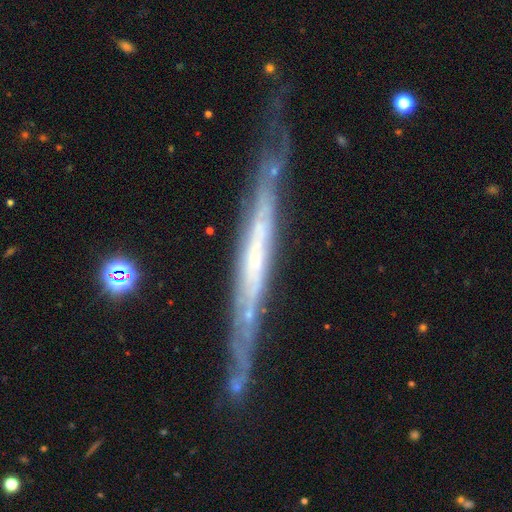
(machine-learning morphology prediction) Smooth or featured: featured or disk — 76% (smooth — 18%)
Edge-on disk: yes — 89% (no — 11%)
Edge-on bulge: none — 77% (rounded — 13%)
Merging: none — 71% (minor disturbance — 21%)